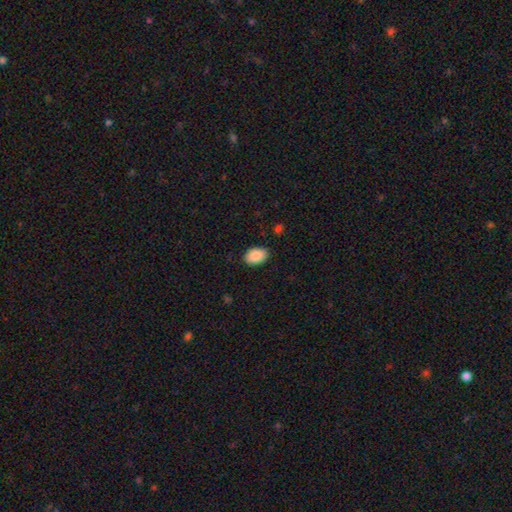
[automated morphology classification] type=smooth (90%); roundness=in between (88%); merging=none (87%).